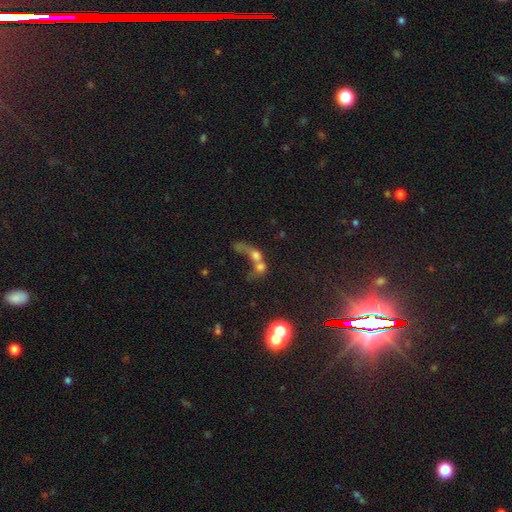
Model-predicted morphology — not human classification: smooth_or_featured: smooth (p=0.56) [alt: featured or disk p=0.28]
how_rounded: round (p=0.47) [alt: in between p=0.45]
merging: merger (p=0.74) [alt: major disturbance p=0.12]